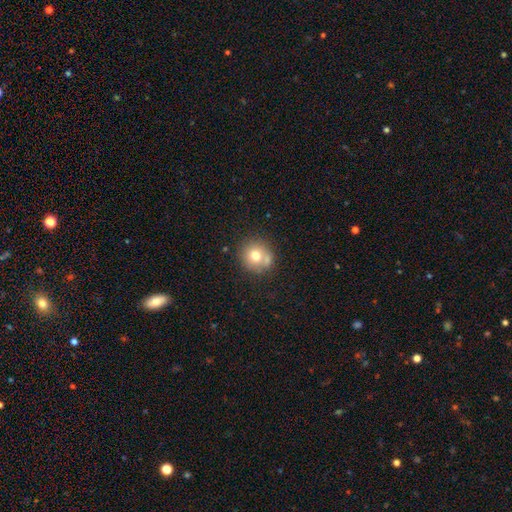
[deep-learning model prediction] Q: Smooth or featured?
A: smooth (71%); runner-up: featured or disk (17%)
Q: How rounded?
A: round (90%); runner-up: in between (9%)
Q: Merging?
A: none (66%); runner-up: merger (18%)